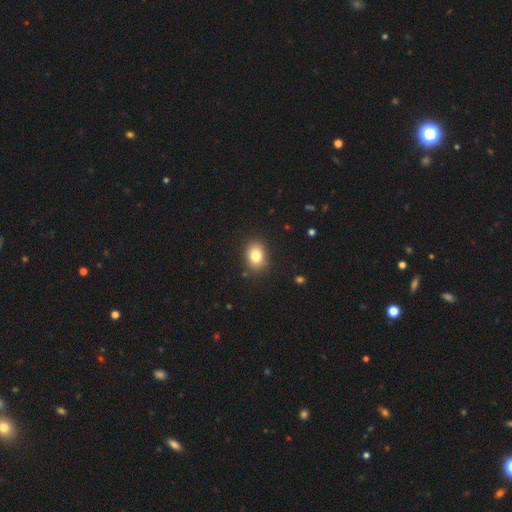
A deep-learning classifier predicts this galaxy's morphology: The model was most divided on "how rounded": in between: 62%, round: 37%, cigar-shaped: 1%. More confident: merging — none (86%); smooth or featured — smooth (82%).